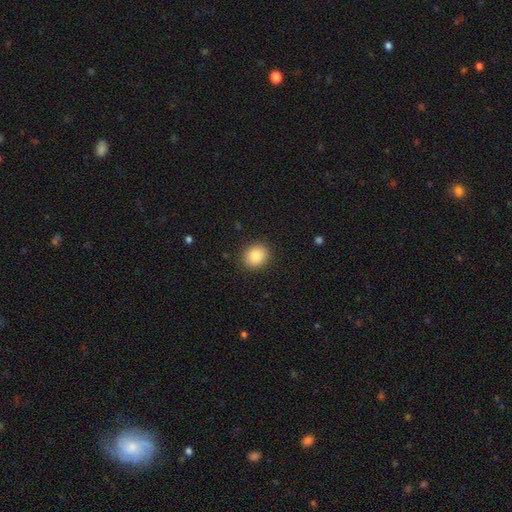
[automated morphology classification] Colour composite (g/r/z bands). It shows a smooth galaxy with no disk features (85%) that is round (64%). Merging: none (89%).